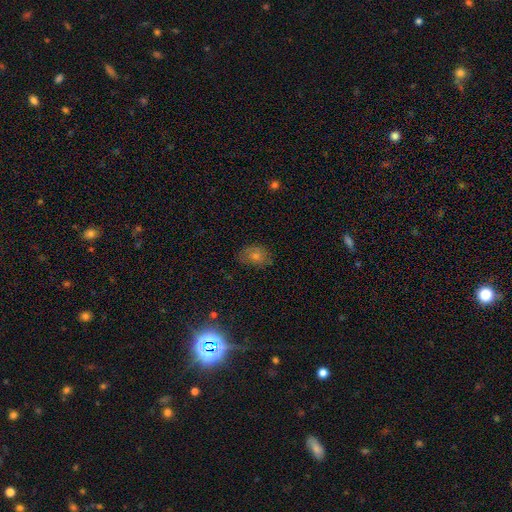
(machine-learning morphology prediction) smooth-or-featured: smooth: 47% | star or artifact: 32% | featured or disk: 21%
  merging: none: 71% | minor disturbance: 20% | major disturbance: 7% | merger: 2%